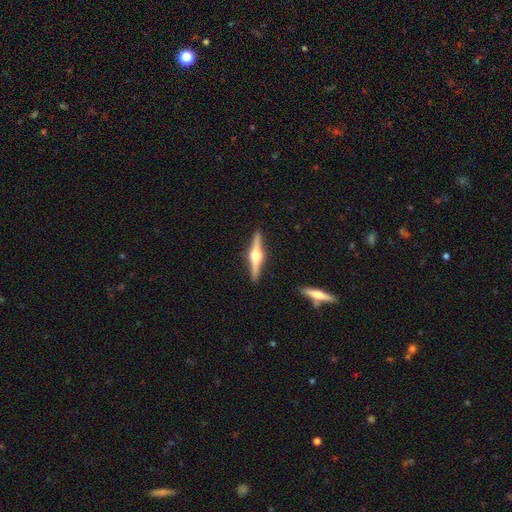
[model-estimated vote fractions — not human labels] A featured or disk galaxy (80%) viewed edge-on (98%) with a rounded central bulge (96%).

Vote fractions:
- Smooth or featured? featured or disk: 80% / smooth: 15% / star or artifact: 5%
- Edge-on disk? yes: 98% / no: 2%
- Edge-on bulge? rounded: 96% / boxy: 3% / none: 1%
- Merging? none: 91% / minor disturbance: 6% / merger: 1% / major disturbance: 1%